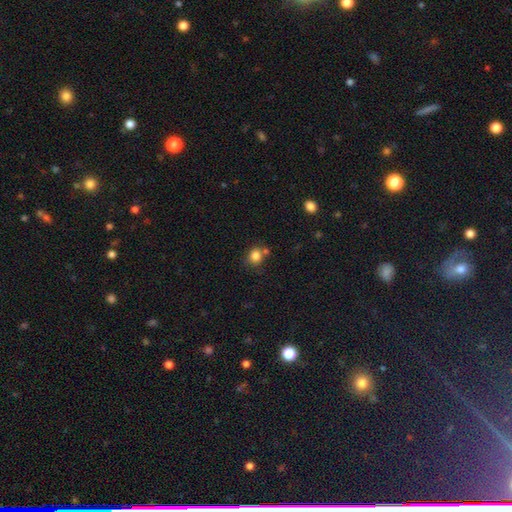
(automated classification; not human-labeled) Smooth or featured? Predicted: smooth (p=0.83). How rounded? Predicted: round (p=0.76). Merging? Predicted: none (p=0.63).